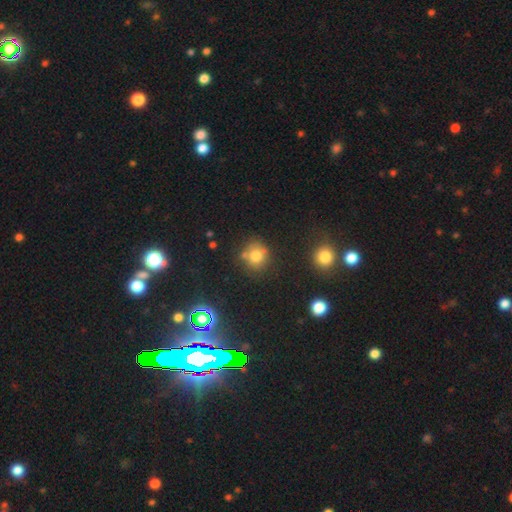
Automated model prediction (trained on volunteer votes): Morphology: type=smooth (73%); roundness=round (82%); merging=none (68%).